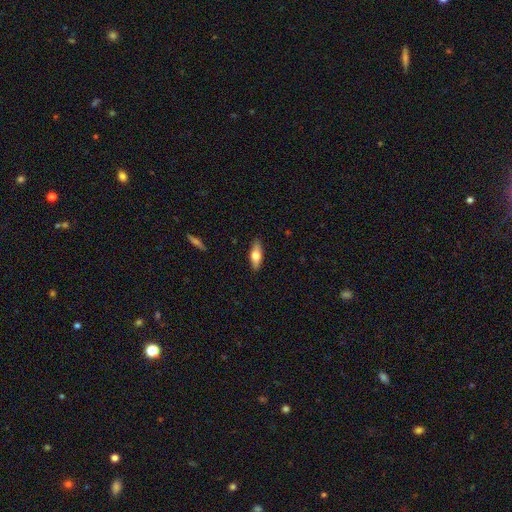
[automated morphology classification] A smooth galaxy with no disk features (64%) that is in between round and cigar-shaped (63%). Merging: none (88%).